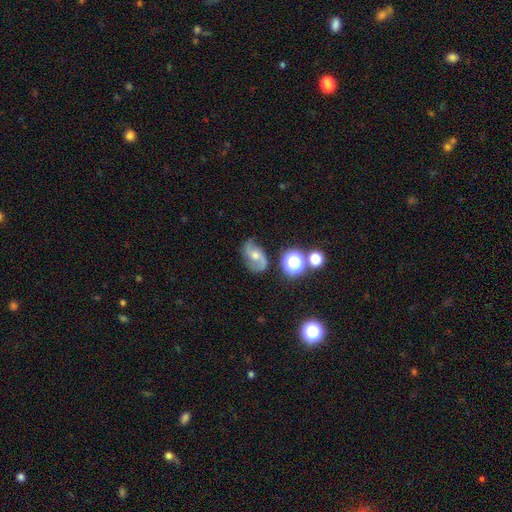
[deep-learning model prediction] Overall: featured or disk (74%). Edge-on disk: no (97%). Bar: no (58%; weak 33%). Spiral arms: yes (94%). Spiral arm count: 2 (87%). Spiral winding: medium (44%; loose 39%). Bulge size: moderate (64%; small 28%). Merging: none (76%).